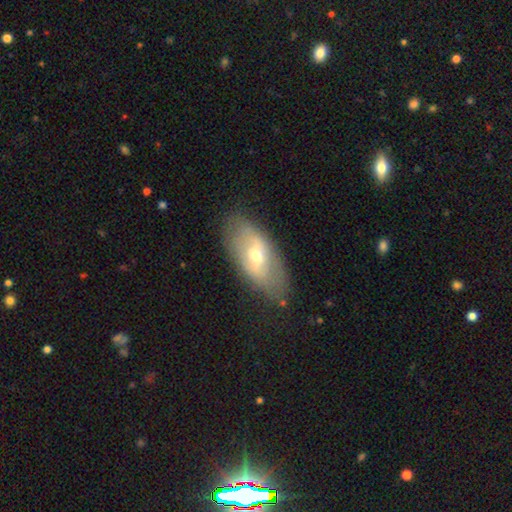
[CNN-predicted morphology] Smooth or featured? featured or disk (52%)
Edge-on disk? no (84%)
Merging? none (76%)